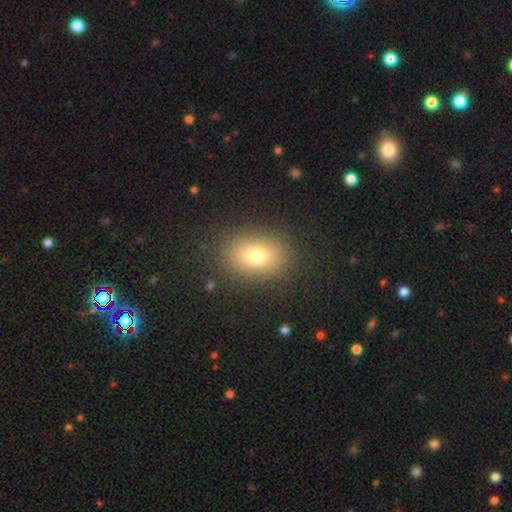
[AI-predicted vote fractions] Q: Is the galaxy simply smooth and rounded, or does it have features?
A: smooth — 76%.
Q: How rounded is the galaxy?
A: in between — 70%.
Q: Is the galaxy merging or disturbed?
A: none — 87%.